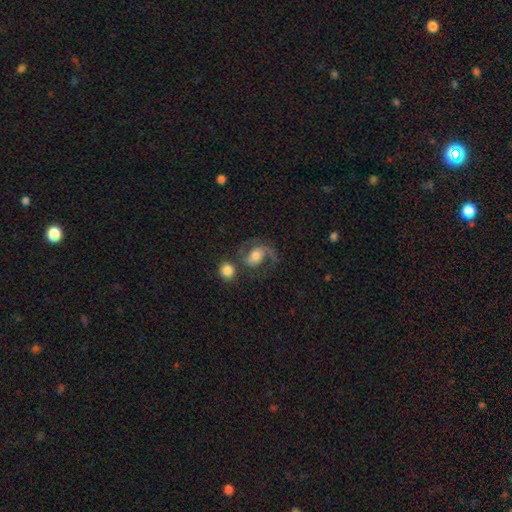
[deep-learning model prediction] The model was most divided on "bar": no: 51%, weak: 36%, strong: 13%. More confident: edge-on disk — no (97%); spiral arms — yes (92%); spiral arm count — 2 (83%); smooth or featured — featured or disk (70%); bulge size — moderate (54%); spiral winding — medium (52%); merging — none (51%).